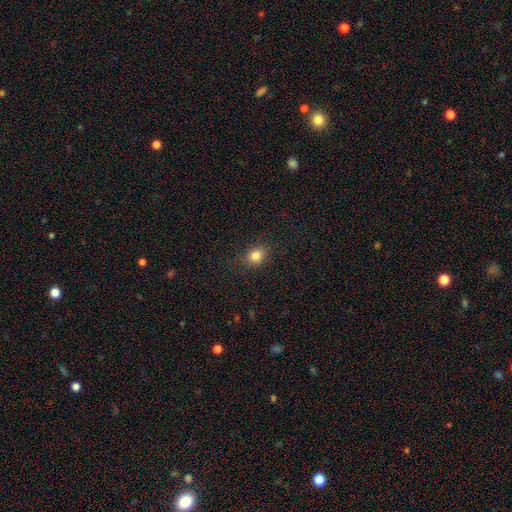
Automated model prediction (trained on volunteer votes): Smooth or featured? smooth (82%)
How rounded? round (55%)
Merging? none (86%)